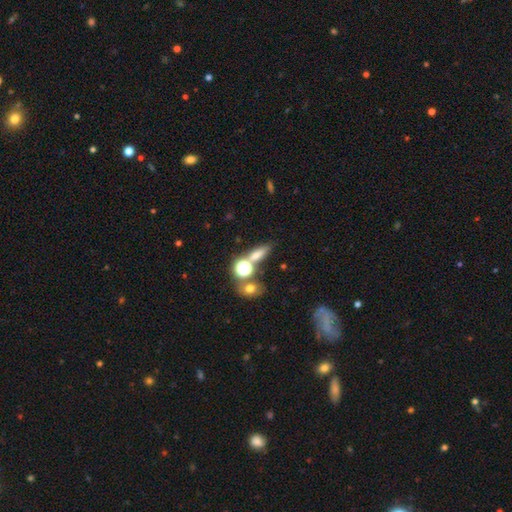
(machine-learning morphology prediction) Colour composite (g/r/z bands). It shows a smooth galaxy with no disk features (63%) that is in between round and cigar-shaped (41%). Merging: none (58%).